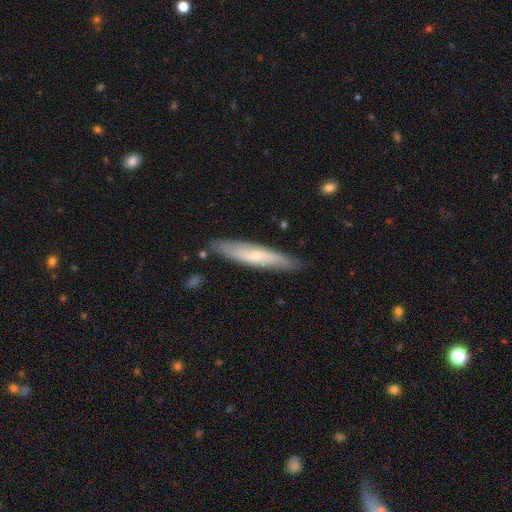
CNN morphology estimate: This appears to be a smooth galaxy with no disk features (47%, tied with featured or disk). Merging: none (83%).